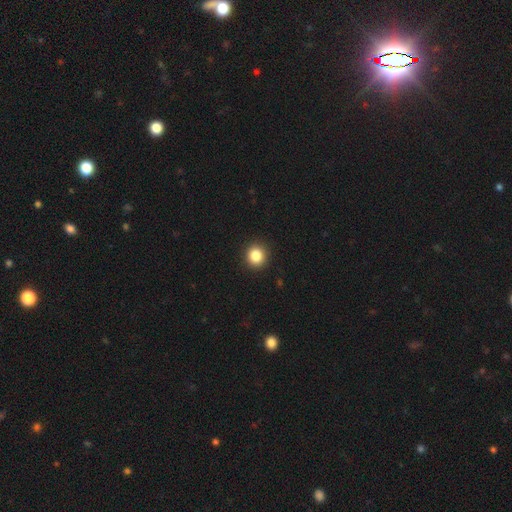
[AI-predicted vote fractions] Smooth or featured?
  - smooth: 85% *
  - star or artifact: 10%
  - featured or disk: 4%
How rounded?
  - round: 89% *
  - in between: 10%
  - cigar-shaped: 1%
Merging?
  - none: 92% *
  - minor disturbance: 5%
  - major disturbance: 2%
  - merger: 1%